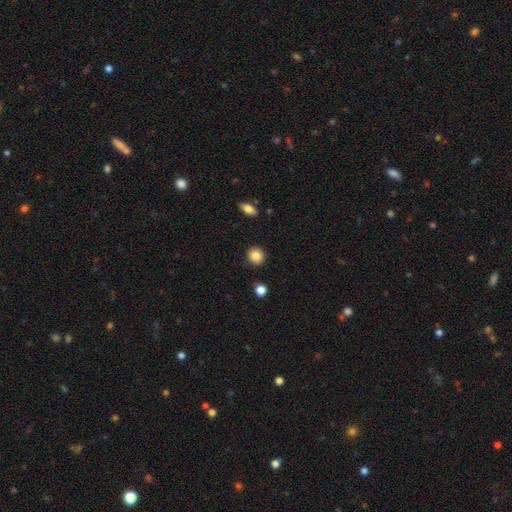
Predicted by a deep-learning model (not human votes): Overall: smooth (85%). How rounded: round (90%). Merging: none (91%).